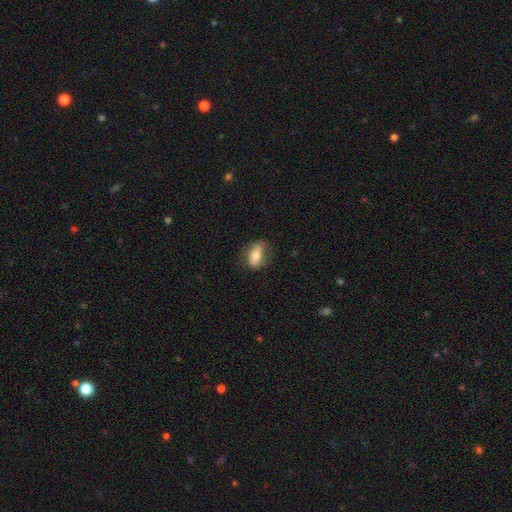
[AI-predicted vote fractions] Smooth or featured? smooth (65%)
How rounded? in between (84%)
Merging? none (68%)